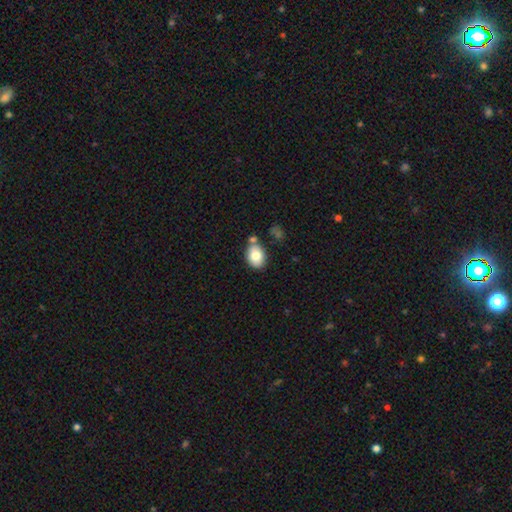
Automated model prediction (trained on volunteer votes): smooth_or_featured: smooth (p=0.79) [alt: featured or disk p=0.13]
how_rounded: in between (p=0.67) [alt: round p=0.32]
merging: none (p=0.63) [alt: merger p=0.17]